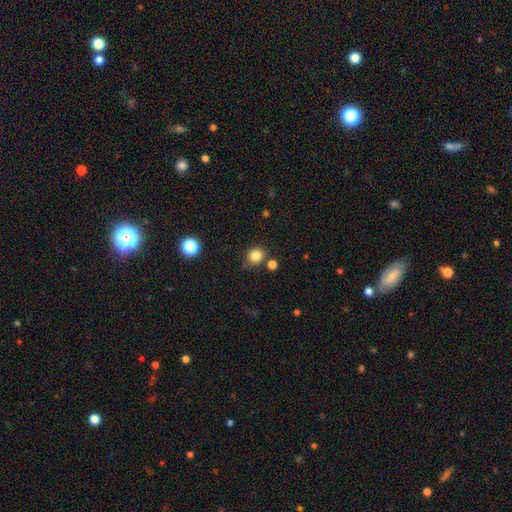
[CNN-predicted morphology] Smooth or featured?
  - smooth: 83% *
  - star or artifact: 12%
  - featured or disk: 5%
How rounded?
  - round: 82% *
  - in between: 17%
  - cigar-shaped: 1%
Merging?
  - none: 77% *
  - minor disturbance: 12%
  - merger: 8%
  - major disturbance: 3%